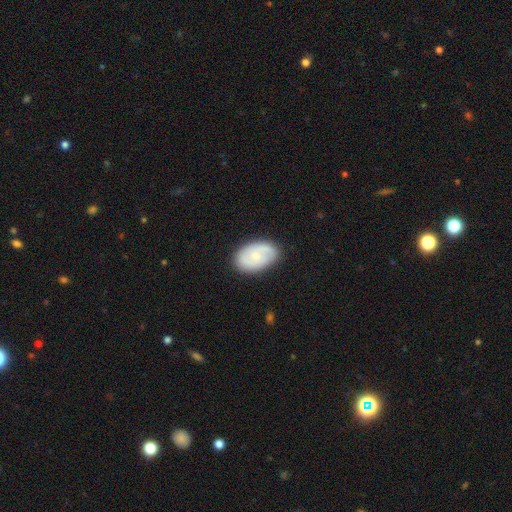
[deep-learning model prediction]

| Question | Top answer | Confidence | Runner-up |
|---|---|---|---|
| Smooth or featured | featured or disk | 57% | smooth (37%) |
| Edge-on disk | no | 96% | yes (4%) |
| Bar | no | 66% | weak (30%) |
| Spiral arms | yes | 85% | no (15%) |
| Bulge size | small | 67% | moderate (25%) |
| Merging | none | 81% | minor disturbance (14%) |